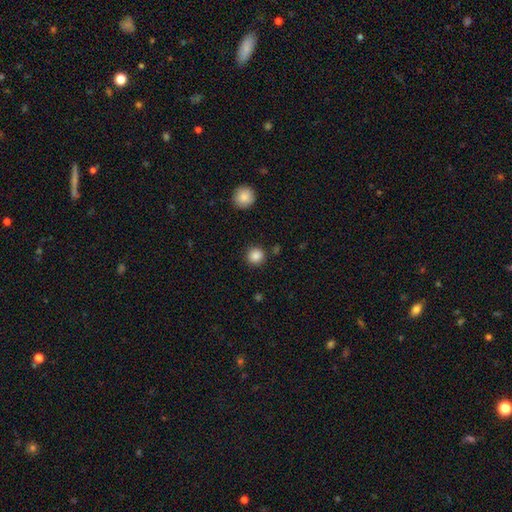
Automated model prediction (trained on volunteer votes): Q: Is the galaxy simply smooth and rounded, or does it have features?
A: smooth — 86%.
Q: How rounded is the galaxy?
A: round — 93%.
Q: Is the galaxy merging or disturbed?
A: none — 89%.